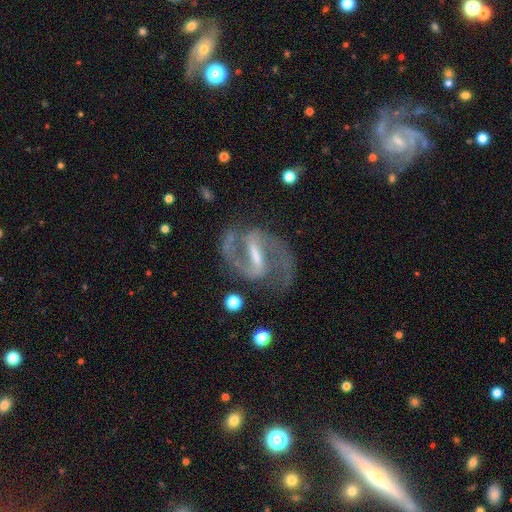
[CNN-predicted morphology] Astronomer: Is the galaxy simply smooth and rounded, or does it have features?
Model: featured or disk — 91%.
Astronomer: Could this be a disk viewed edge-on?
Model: no — 97%.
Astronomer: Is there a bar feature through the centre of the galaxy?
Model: strong — 63%.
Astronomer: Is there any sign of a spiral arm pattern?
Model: yes — 97%.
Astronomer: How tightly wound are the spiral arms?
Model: medium — 63%.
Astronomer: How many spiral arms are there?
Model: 2 — 93%.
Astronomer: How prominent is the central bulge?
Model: small — 40% (runner-up: moderate, 29%).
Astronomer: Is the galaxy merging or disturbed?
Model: none — 73%.